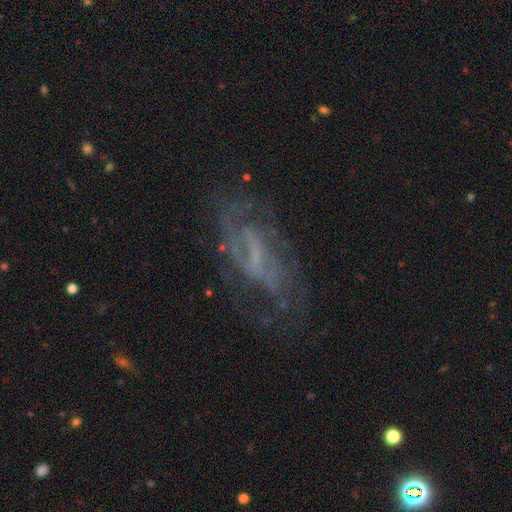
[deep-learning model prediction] Morphology: type=featured or disk (72%); edge-on=no (92%); bar=weak (42%); spiral arms=yes (75%); bulge=none (50%); merging=none (58%).